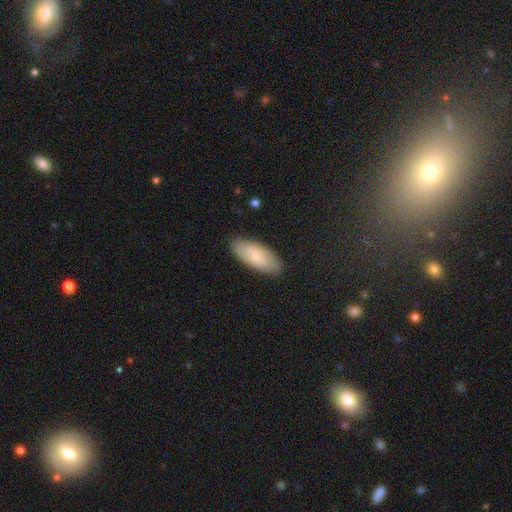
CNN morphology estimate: A smooth galaxy with no disk features (76%) that is in between round and cigar-shaped (85%).

Vote fractions:
- Smooth or featured? smooth: 76% / featured or disk: 18% / star or artifact: 6%
- How rounded? in between: 85% / cigar-shaped: 13% / round: 2%
- Merging? none: 86% / minor disturbance: 11% / major disturbance: 2% / merger: 1%